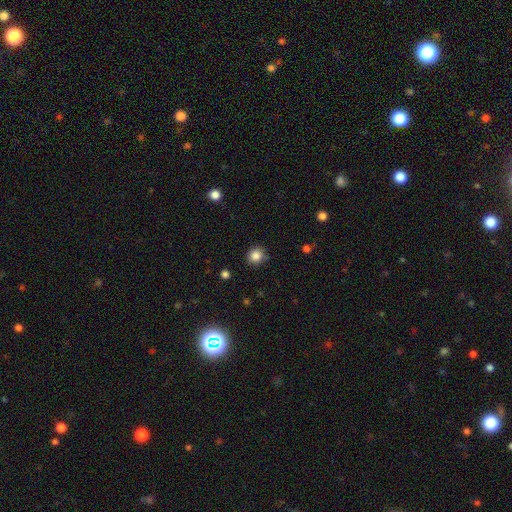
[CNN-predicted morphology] type=smooth (84%); roundness=round (86%); merging=none (85%).